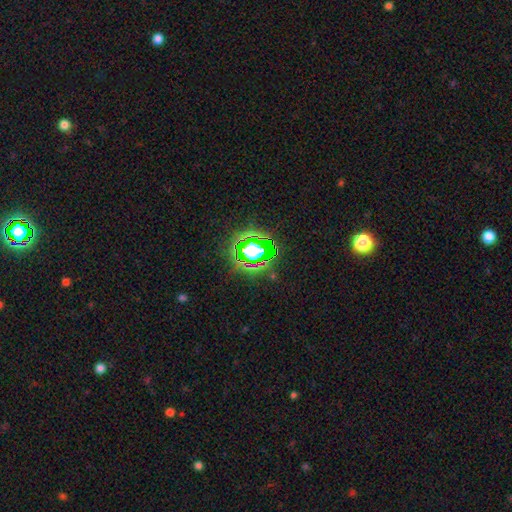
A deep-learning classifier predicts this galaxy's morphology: A star or artifact, not a galaxy (66%).